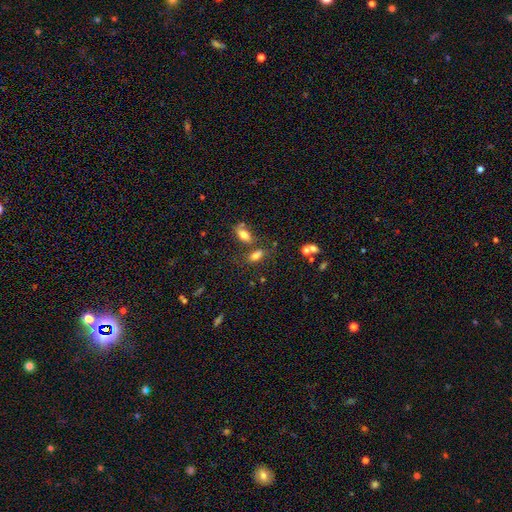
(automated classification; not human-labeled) This is likely a smooth galaxy (75%). How rounded: clearly in between (82%). Merging: possibly none (55%).